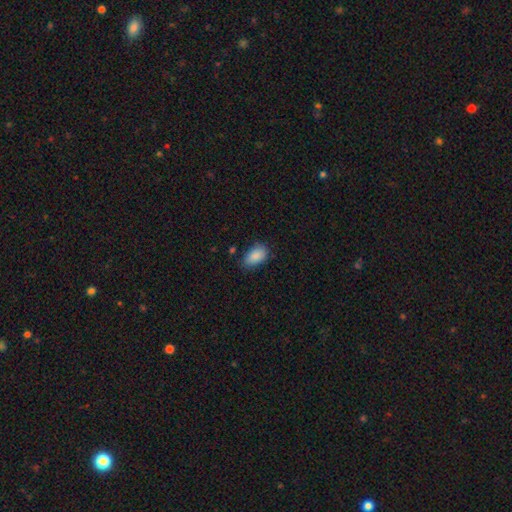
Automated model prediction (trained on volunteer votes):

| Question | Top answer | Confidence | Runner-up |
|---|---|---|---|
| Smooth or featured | smooth | 88% | star or artifact (7%) |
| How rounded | in between | 92% | round (6%) |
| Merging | none | 73% | minor disturbance (21%) |